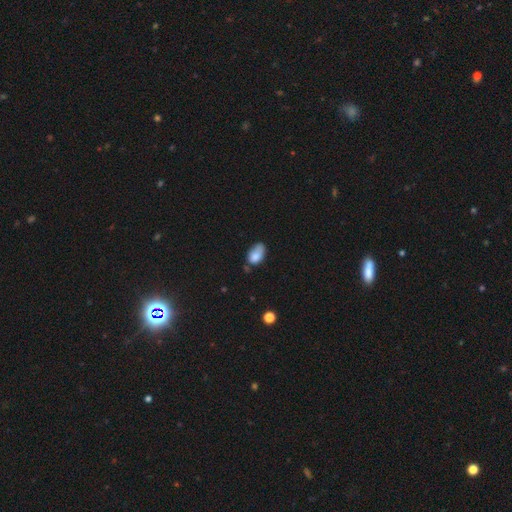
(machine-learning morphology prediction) This appears to be a smooth galaxy with no disk features (81%) that is in between round and cigar-shaped (90%). Merging: none (40%).